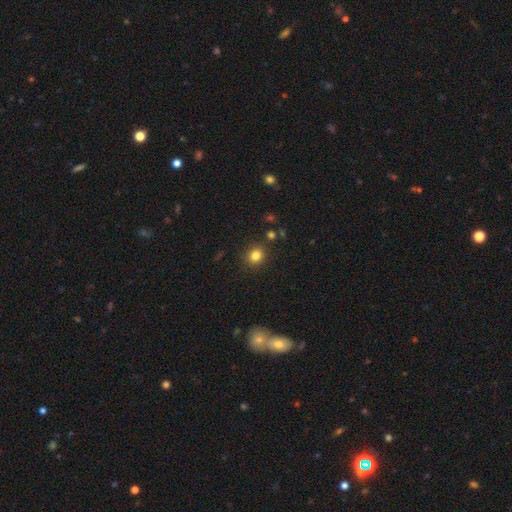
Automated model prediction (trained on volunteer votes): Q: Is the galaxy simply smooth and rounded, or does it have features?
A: smooth — 82%.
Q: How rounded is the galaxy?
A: round — 77%.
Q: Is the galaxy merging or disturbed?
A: none — 86%.